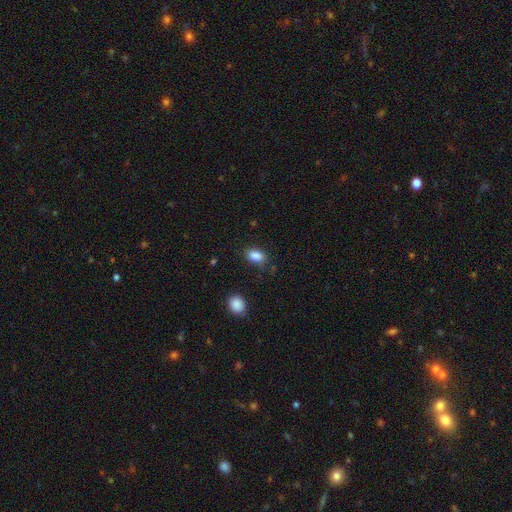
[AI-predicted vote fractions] smooth_or_featured: smooth (p=0.87) [alt: star or artifact p=0.09]
how_rounded: in between (p=0.86) [alt: round p=0.12]
merging: none (p=0.77) [alt: minor disturbance p=0.17]